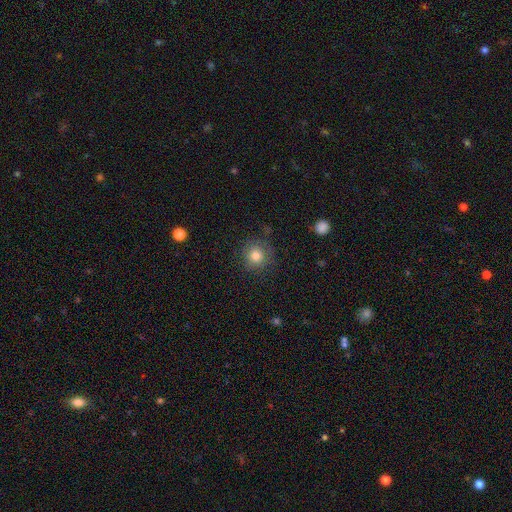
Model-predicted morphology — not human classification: Q: Smooth or featured?
A: smooth (80%); runner-up: star or artifact (12%)
Q: How rounded?
A: round (92%); runner-up: in between (7%)
Q: Merging?
A: none (81%); runner-up: minor disturbance (13%)